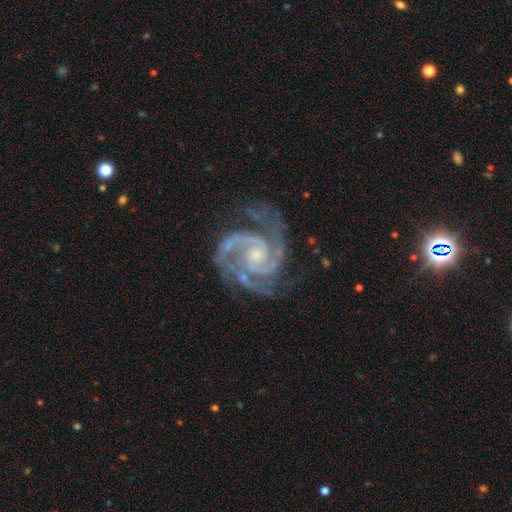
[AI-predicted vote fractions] Smooth or featured? Predicted: featured or disk (p=0.93). Edge-on disk? Predicted: no (p=0.98). Bar? Predicted: no (p=0.54). Spiral arms? Predicted: yes (p=0.99). Spiral winding? Predicted: tight (p=0.48). Spiral arm count? Predicted: 2 (p=0.67). Bulge size? Predicted: small (p=0.62). Merging? Predicted: none (p=0.72).